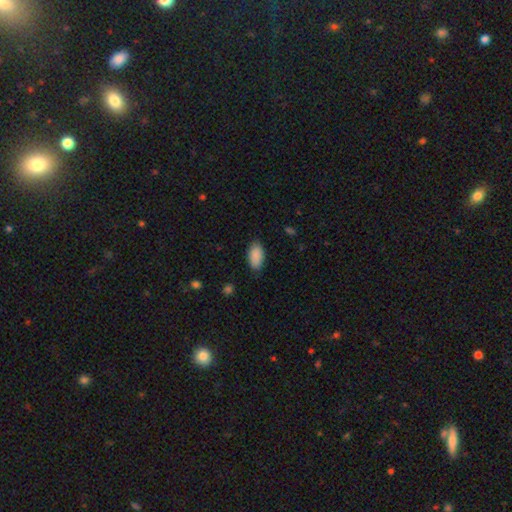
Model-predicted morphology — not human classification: Overall: smooth (90%). How rounded: in between (94%). Merging: none (84%).